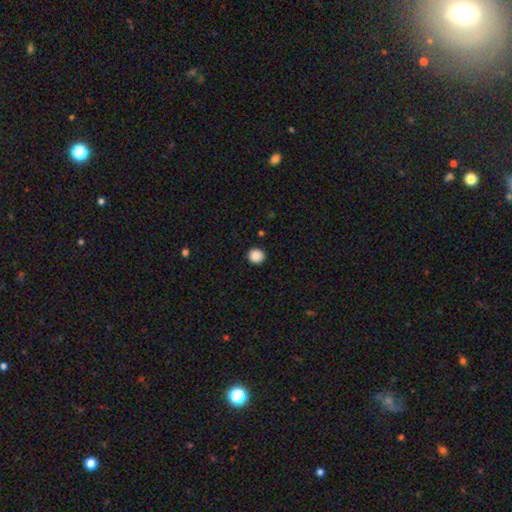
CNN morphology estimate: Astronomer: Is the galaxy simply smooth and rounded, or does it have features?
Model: smooth — 89%.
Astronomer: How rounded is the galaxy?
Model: round — 91%.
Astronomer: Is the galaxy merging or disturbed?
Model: none — 92%.